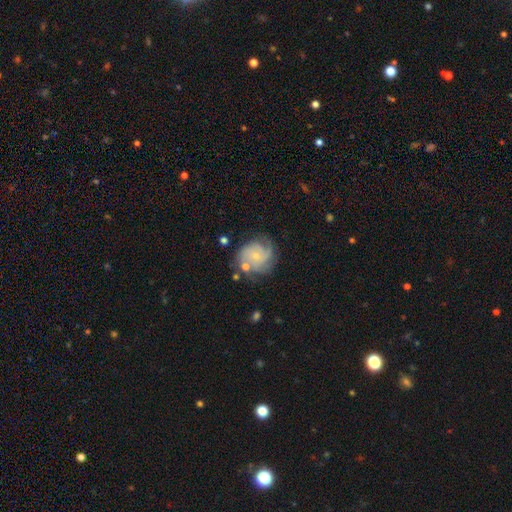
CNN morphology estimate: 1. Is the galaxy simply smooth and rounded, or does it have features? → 73% featured or disk, 20% smooth, 8% star or artifact.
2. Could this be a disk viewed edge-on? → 98% no, 2% yes.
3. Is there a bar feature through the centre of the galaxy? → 76% no, 21% weak, 3% strong.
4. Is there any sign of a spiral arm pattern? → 92% yes, 8% no.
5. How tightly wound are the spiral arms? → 50% tight, 36% medium, 14% loose.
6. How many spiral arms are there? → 29% 3, 28% can't tell, 16% 2, 14% 4, 6% 1, 6% more than 4.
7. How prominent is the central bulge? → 76% small, 17% moderate, 5% none, 1% large, 1% dominant.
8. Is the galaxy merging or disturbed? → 62% none, 20% minor disturbance, 10% major disturbance, 7% merger.